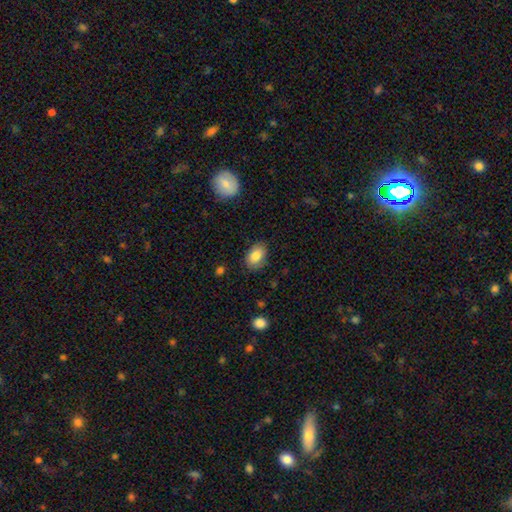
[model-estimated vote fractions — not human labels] Q: Smooth or featured?
A: smooth (84%); runner-up: featured or disk (9%)
Q: How rounded?
A: in between (84%); runner-up: round (15%)
Q: Merging?
A: none (83%); runner-up: minor disturbance (13%)